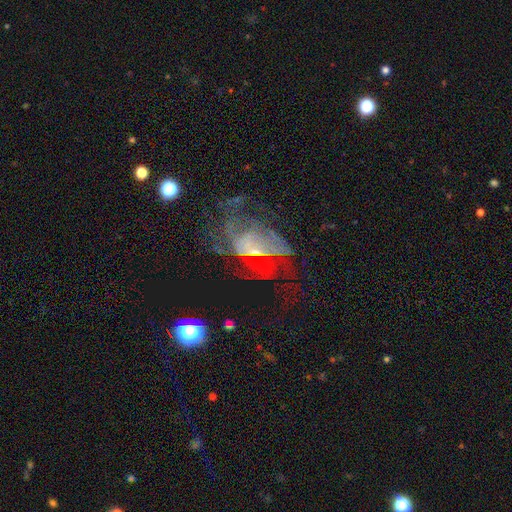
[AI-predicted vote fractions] This appears to be a featured or disk galaxy (66%) with no bar (68%), spiral arms (51%) and a small central bulge (59%). Merging: major disturbance (41%).